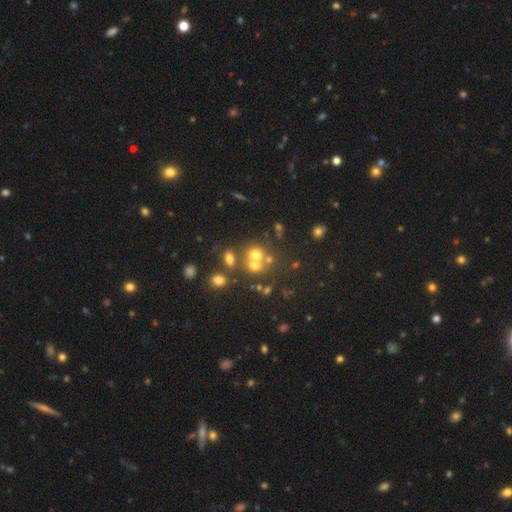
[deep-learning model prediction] A smooth galaxy with no disk features (61%) that is round (77%).

Vote fractions:
- Smooth or featured? smooth: 61% / star or artifact: 20% / featured or disk: 19%
- How rounded? round: 77% / in between: 21% / cigar-shaped: 1%
- Merging? none: 44% / merger: 42% / minor disturbance: 9% / major disturbance: 5%